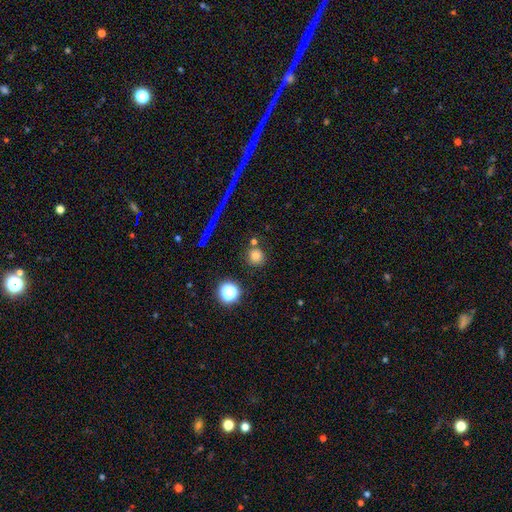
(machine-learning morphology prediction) This is likely a smooth galaxy (78%). How rounded: clearly round (91%). Merging: likely none (79%).